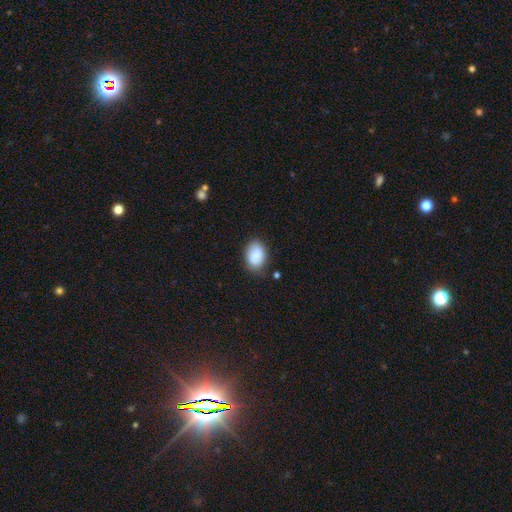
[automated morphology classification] Smooth or featured: smooth — 86% (star or artifact — 7%)
How rounded: in between — 82% (round — 17%)
Merging: none — 73% (minor disturbance — 20%)